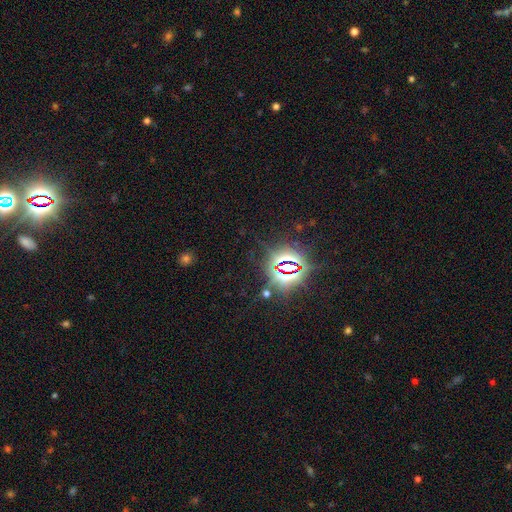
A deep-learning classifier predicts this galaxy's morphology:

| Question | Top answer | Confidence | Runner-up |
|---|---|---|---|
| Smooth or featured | star or artifact | 84% | smooth (9%) |